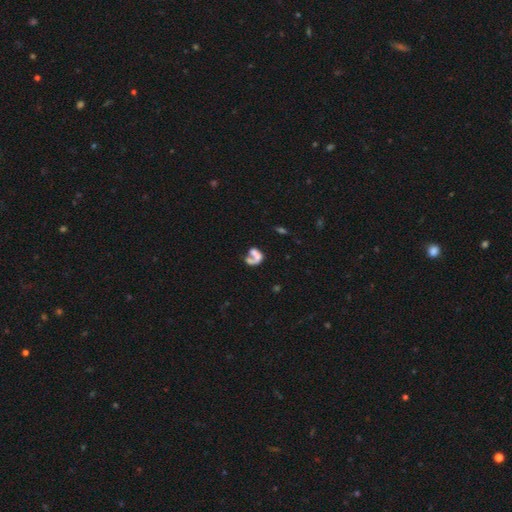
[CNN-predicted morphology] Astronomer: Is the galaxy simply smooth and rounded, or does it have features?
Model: featured or disk — 44% (runner-up: smooth, 43%).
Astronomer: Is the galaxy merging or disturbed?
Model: merger — 47% (runner-up: none, 22%).